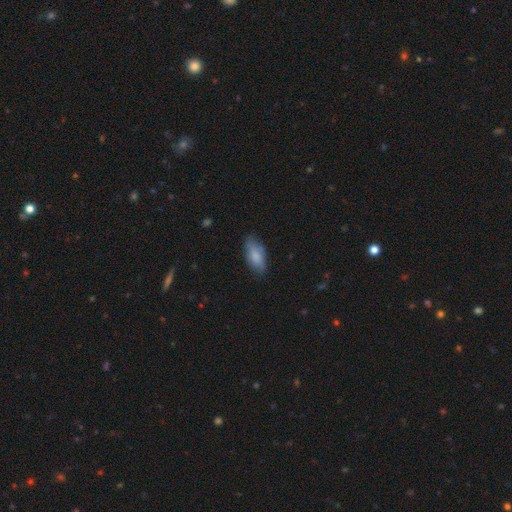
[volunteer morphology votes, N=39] smooth 82%, featured or disk 15%, star or artifact 3%. Down the decision tree: how rounded — in between (91%); merging — none (71%).